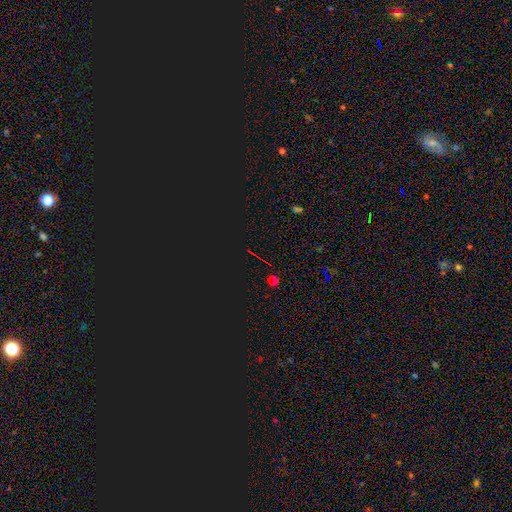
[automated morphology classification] Overall: star or artifact (79%).